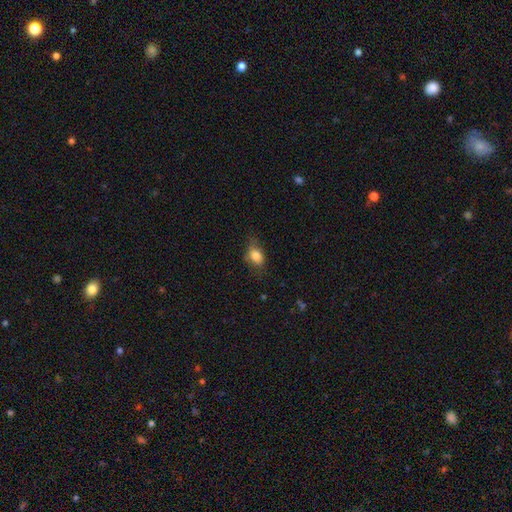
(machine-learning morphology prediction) A smooth galaxy with no disk features (82%) that is in between round and cigar-shaped (80%).

Vote fractions:
- Smooth or featured? smooth: 82% / featured or disk: 10% / star or artifact: 9%
- How rounded? in between: 80% / round: 17% / cigar-shaped: 3%
- Merging? none: 60% / minor disturbance: 28% / major disturbance: 10% / merger: 2%